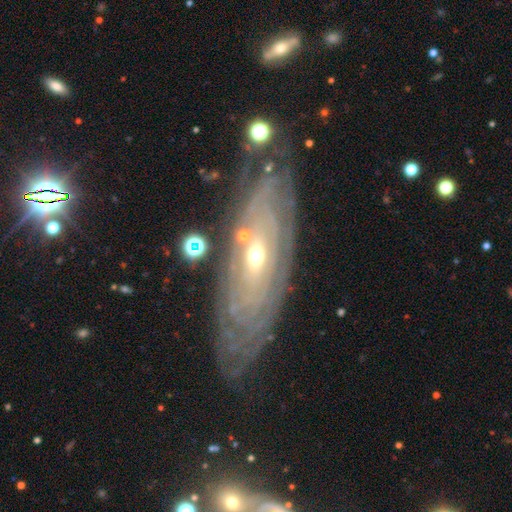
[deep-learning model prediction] A featured or disk galaxy (83%) with no bar (71%), tight (80%) spiral arms (77%) and a moderate central bulge (54%).

Vote fractions:
- Smooth or featured? featured or disk: 83% / smooth: 11% / star or artifact: 6%
- Edge-on disk? no: 84% / yes: 16%
- Bar? no: 71% / weak: 20% / strong: 9%
- Spiral arms? yes: 77% / no: 23%
- Spiral winding? tight: 80% / medium: 14% / loose: 5%
- Spiral arm count? can't tell: 60% / 2: 11% / more than 4: 9% / 3: 8% / 4: 7% / 1: 5%
- Bulge size? moderate: 54% / small: 40% / large: 4% / dominant: 1% / none: 1%
- Merging? none: 74% / minor disturbance: 16% / major disturbance: 7% / merger: 3%